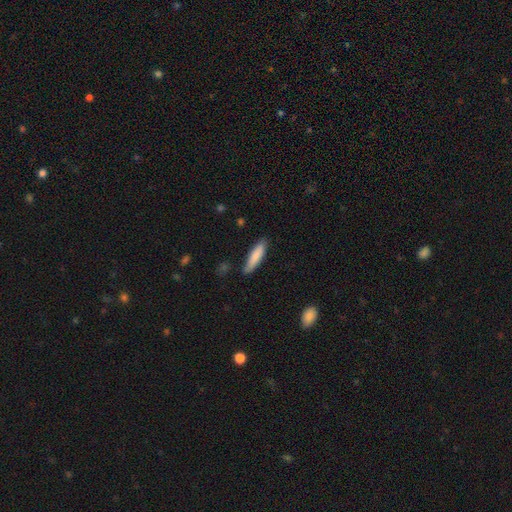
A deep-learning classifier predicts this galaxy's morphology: smooth 83%, featured or disk 11%, star or artifact 6%. Down the decision tree: how rounded — cigar-shaped (74%); merging — none (79%).